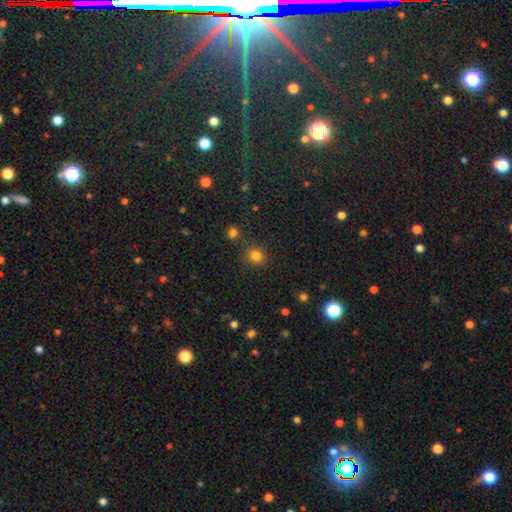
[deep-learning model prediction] smooth-or-featured: smooth: 81% | star or artifact: 14% | featured or disk: 5%
  how-rounded: round: 81% | in between: 18% | cigar-shaped: 1%
  merging: none: 82% | minor disturbance: 9% | merger: 5% | major disturbance: 3%